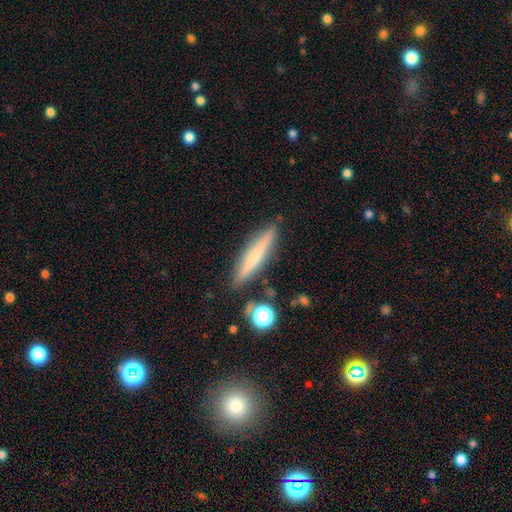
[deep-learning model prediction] smooth 50%, featured or disk 41%, star or artifact 8%. Down the decision tree: how rounded — cigar-shaped (90%); merging — none (86%).